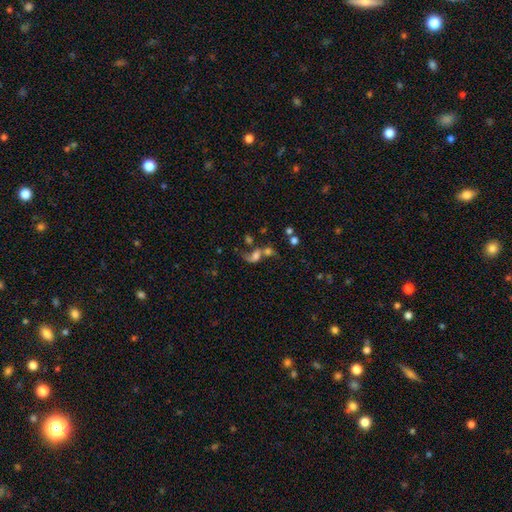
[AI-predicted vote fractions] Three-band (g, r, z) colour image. It shows a featured or disk galaxy (45%). Merging: merger (60%).